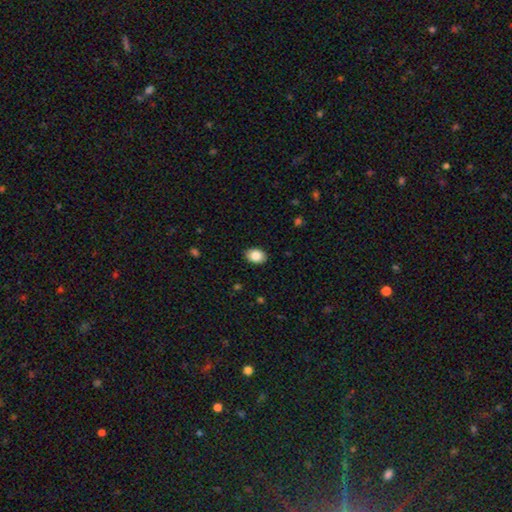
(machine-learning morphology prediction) Smooth or featured? smooth (86%)
How rounded? in between (75%)
Merging? none (89%)